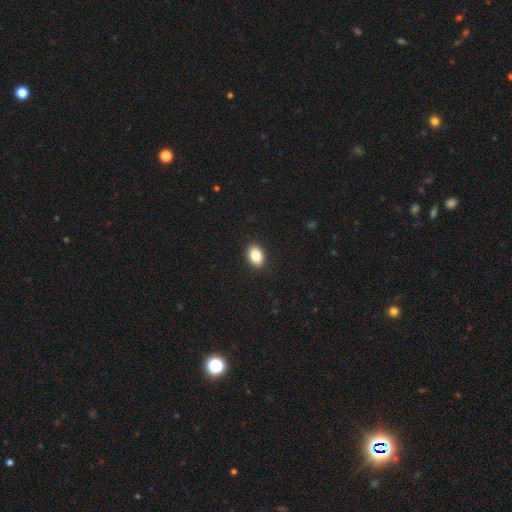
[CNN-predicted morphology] This appears to be a smooth galaxy with no disk features (85%) that is in between round and cigar-shaped (82%). Merging: none (91%).